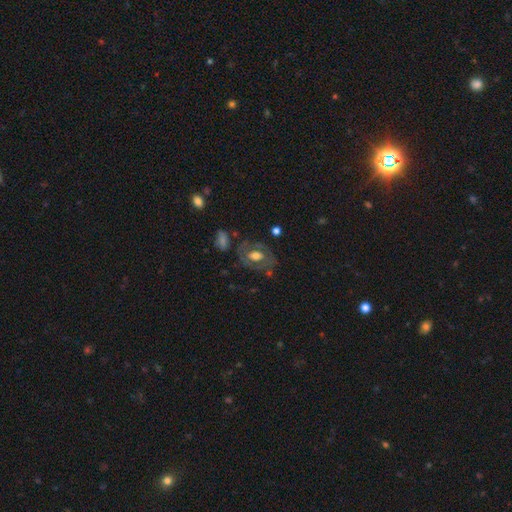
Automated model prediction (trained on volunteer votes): smooth-or-featured: featured or disk: 55% | smooth: 37% | star or artifact: 8%
  disk-edge-on: no: 94% | yes: 6%
    bar: no: 65% | weak: 26% | strong: 9%
    has-spiral-arms: no: 62% | yes: 38%
    bulge-size: moderate: 57% | large: 29% | small: 10% | none: 2% | dominant: 2%
  merging: none: 66% | minor disturbance: 19% | major disturbance: 11% | merger: 4%